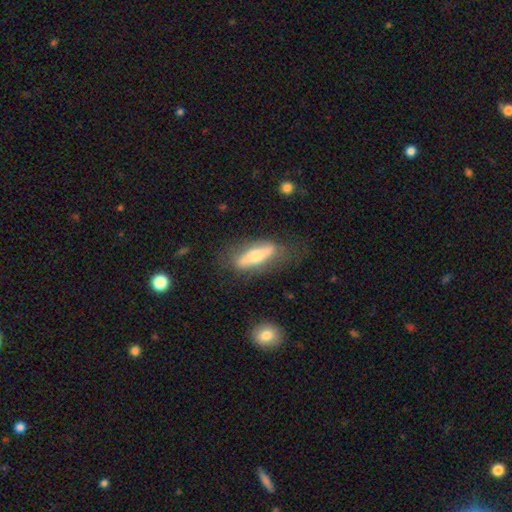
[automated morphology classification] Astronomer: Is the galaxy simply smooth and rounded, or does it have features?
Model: featured or disk — 55% (runner-up: smooth, 40%).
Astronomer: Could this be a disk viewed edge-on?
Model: yes — 58% (runner-up: no, 42%).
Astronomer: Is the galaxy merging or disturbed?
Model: none — 66%.